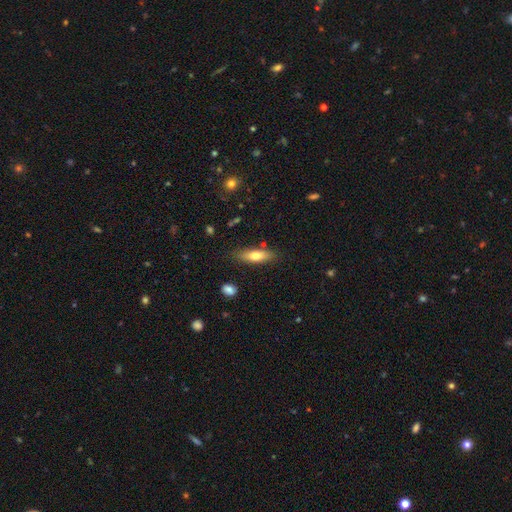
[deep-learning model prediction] A smooth galaxy with no disk features (66%) that is in between round and cigar-shaped (50%). Merging: none (82%).